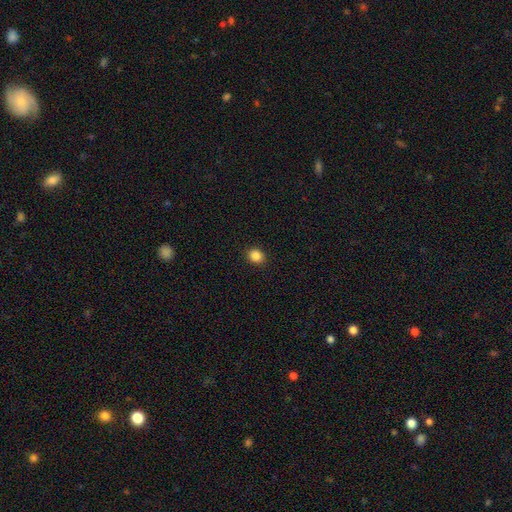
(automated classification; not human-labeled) Smooth or featured: smooth — 85% (star or artifact — 11%)
How rounded: round — 74% (in between — 25%)
Merging: none — 92% (minor disturbance — 5%)